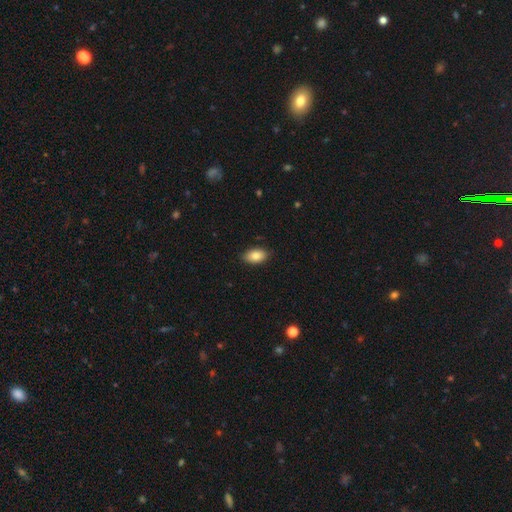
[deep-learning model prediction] Q: Smooth or featured?
A: smooth (85%); runner-up: star or artifact (7%)
Q: How rounded?
A: in between (92%); runner-up: round (6%)
Q: Merging?
A: none (88%); runner-up: minor disturbance (9%)